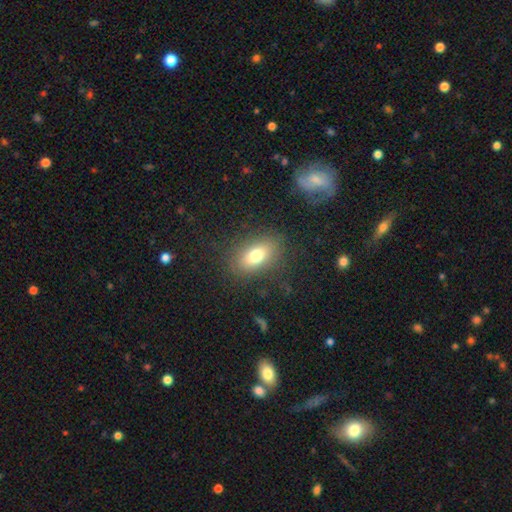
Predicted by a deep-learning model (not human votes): Smooth or featured? smooth (74%)
How rounded? in between (85%)
Merging? none (82%)